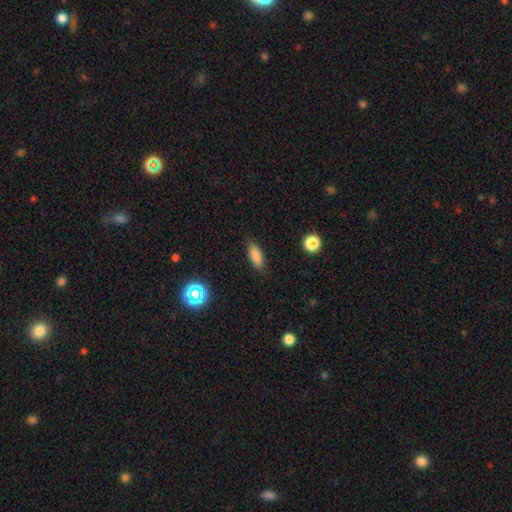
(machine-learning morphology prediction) type=smooth (83%); roundness=in between (68%); merging=none (86%).